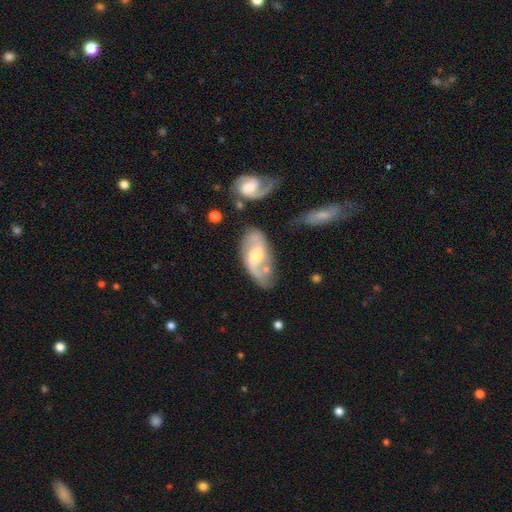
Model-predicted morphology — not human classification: type=featured or disk (73%); edge-on=no (93%); bar=weak (48%); spiral arms=yes (88%); winding=loose (53%); arm count=2 (84%); bulge=moderate (63%); merging=none (59%).